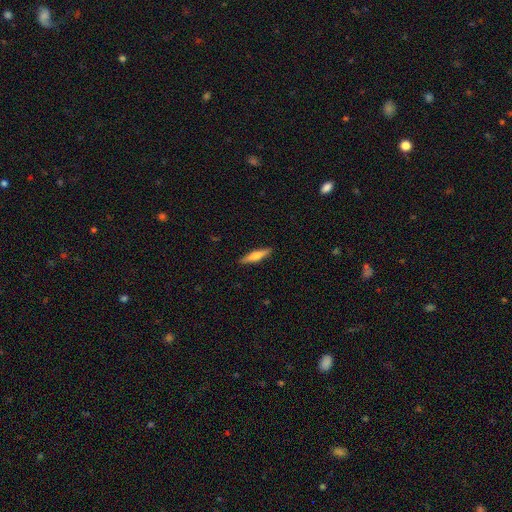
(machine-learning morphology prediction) This is possibly a smooth galaxy (58%). How rounded: clearly cigar-shaped (81%). Merging: clearly none (90%).